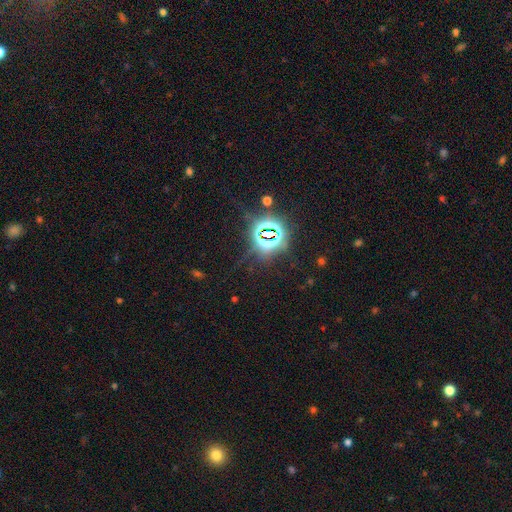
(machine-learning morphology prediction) Smooth or featured? star or artifact (83%)